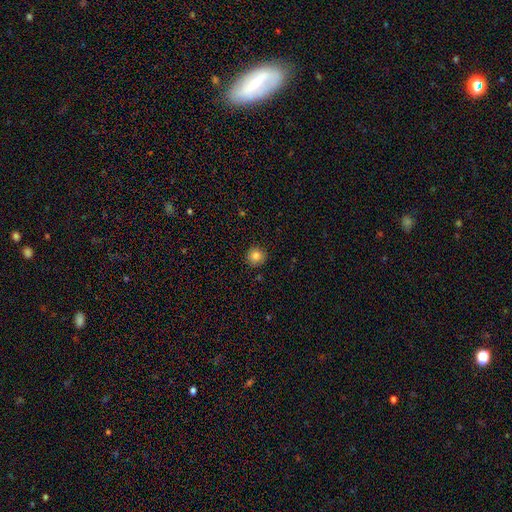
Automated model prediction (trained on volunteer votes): smooth_or_featured: smooth (p=0.83) [alt: star or artifact p=0.11]
how_rounded: round (p=0.93) [alt: in between p=0.06]
merging: none (p=0.90) [alt: minor disturbance p=0.07]